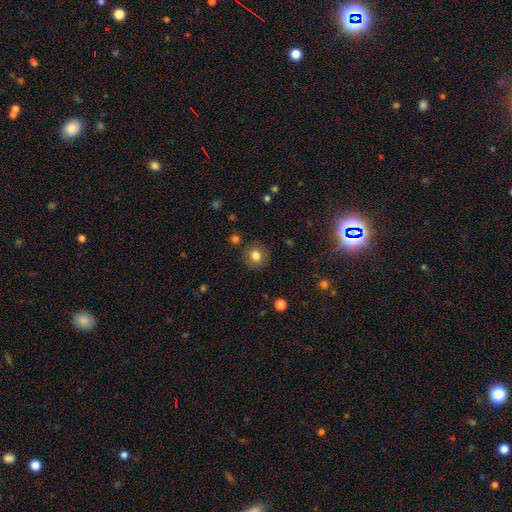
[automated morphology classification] This is clearly a smooth galaxy (82%). How rounded: clearly round (90%). Merging: clearly none (88%).